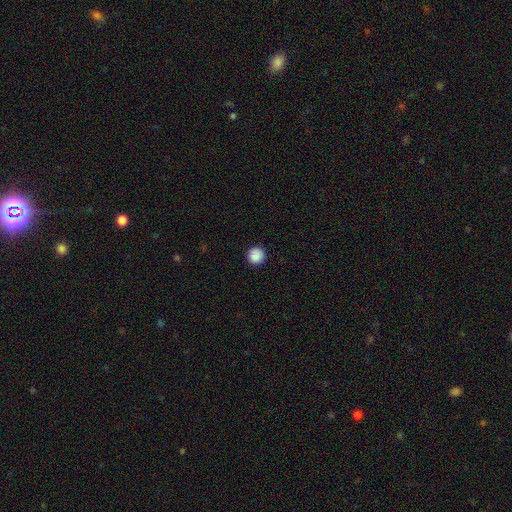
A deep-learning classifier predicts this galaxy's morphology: type=smooth (88%); roundness=round (95%); merging=none (92%).